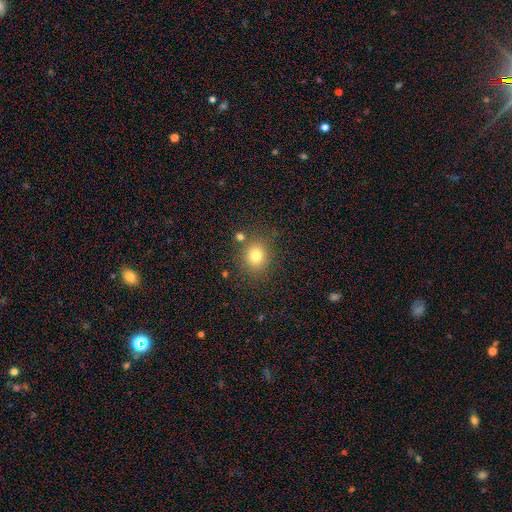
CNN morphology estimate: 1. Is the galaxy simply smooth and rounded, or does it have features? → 79% smooth, 13% star or artifact, 8% featured or disk.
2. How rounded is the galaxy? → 73% round, 26% in between, 1% cigar-shaped.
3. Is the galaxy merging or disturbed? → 79% none, 11% minor disturbance, 6% merger, 4% major disturbance.